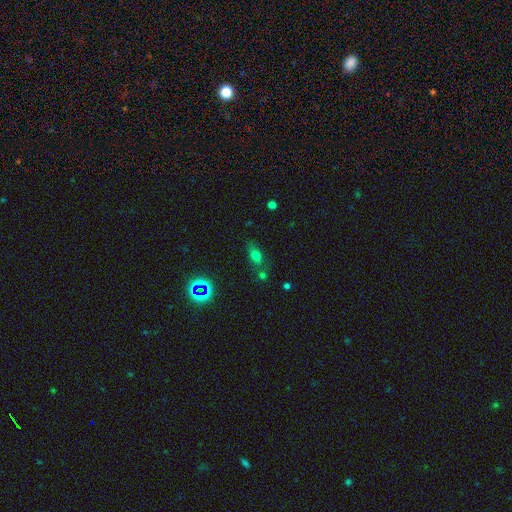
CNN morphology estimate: Overall: smooth (62%; star or artifact 25%). How rounded: in between (68%). Merging: none (64%).